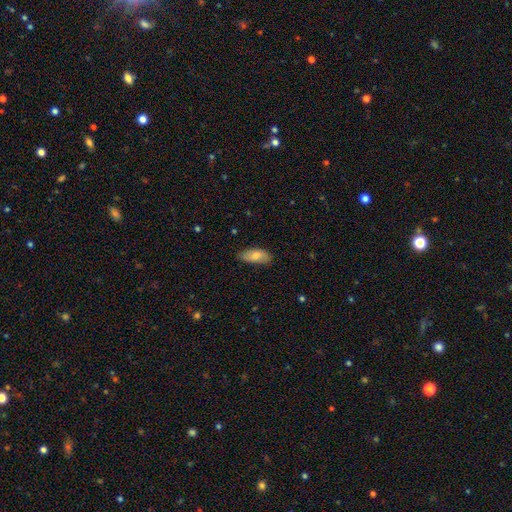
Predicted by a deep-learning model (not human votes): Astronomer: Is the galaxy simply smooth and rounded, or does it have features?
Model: smooth — 76%.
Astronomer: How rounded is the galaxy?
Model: in between — 89%.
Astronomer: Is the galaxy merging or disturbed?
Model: none — 74%.